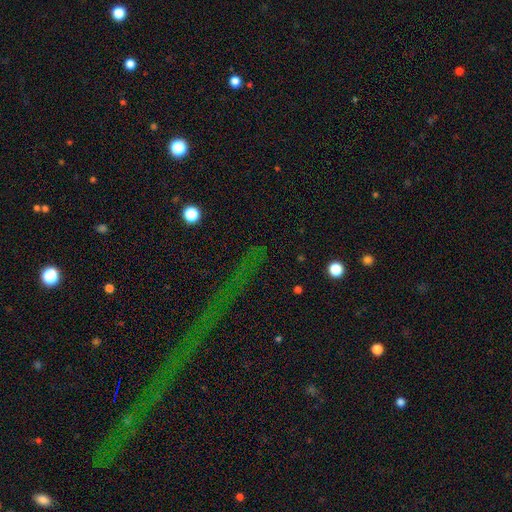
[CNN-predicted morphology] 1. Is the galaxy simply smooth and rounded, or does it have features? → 74% star or artifact, 15% smooth, 11% featured or disk.